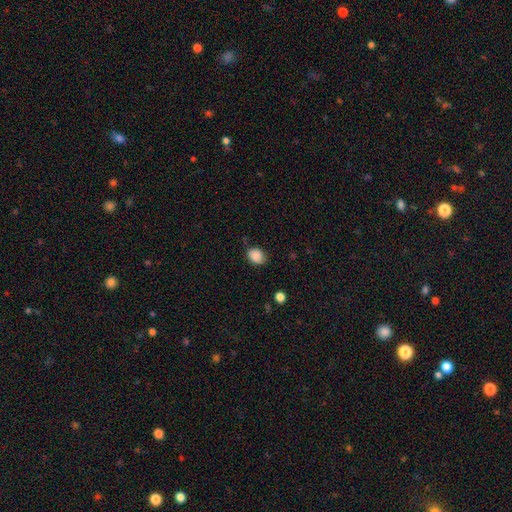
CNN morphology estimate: smooth_or_featured: smooth (p=0.87) [alt: star or artifact p=0.09]
how_rounded: in between (p=0.55) [alt: round p=0.44]
merging: none (p=0.74) [alt: minor disturbance p=0.20]